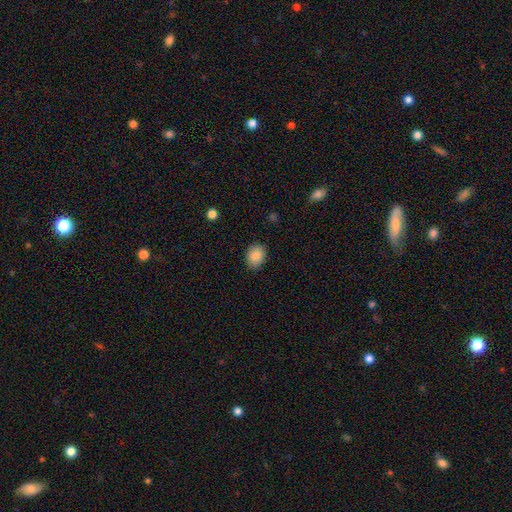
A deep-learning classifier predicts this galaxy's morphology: smooth-or-featured: smooth: 88% | star or artifact: 8% | featured or disk: 4%
  how-rounded: in between: 62% | round: 37% | cigar-shaped: 1%
  merging: none: 85% | minor disturbance: 11% | major disturbance: 3% | merger: 1%